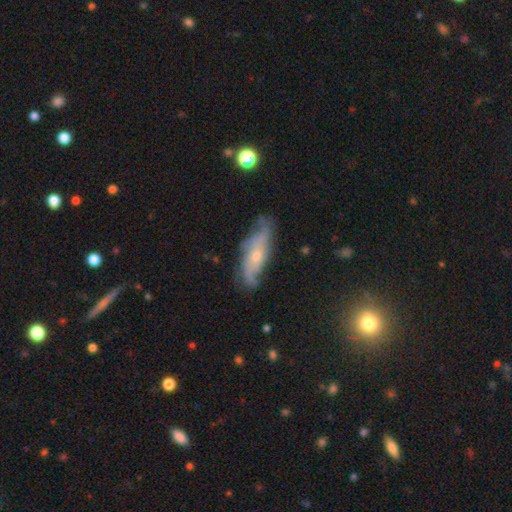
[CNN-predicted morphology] smooth_or_featured: featured or disk (p=0.65) [alt: smooth p=0.28]
disk_edge_on: no (p=0.75) [alt: yes p=0.25]
merging: none (p=0.61) [alt: minor disturbance p=0.27]